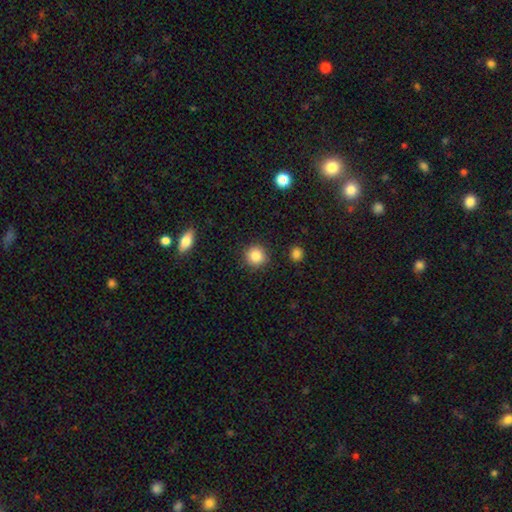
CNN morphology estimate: Overall: smooth (85%). How rounded: round (92%). Merging: none (89%).